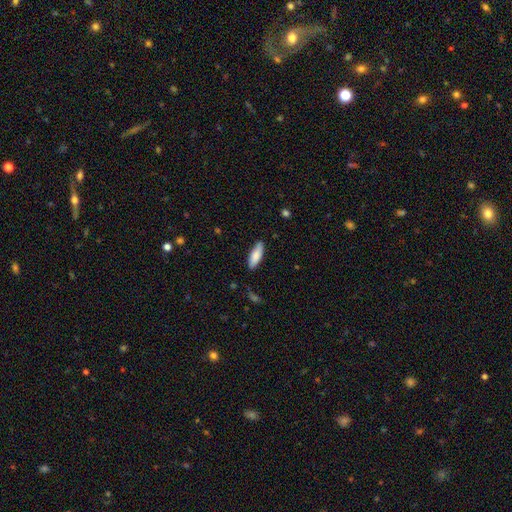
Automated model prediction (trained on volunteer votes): Smooth or featured? smooth (83%)
How rounded? in between (62%)
Merging? none (83%)